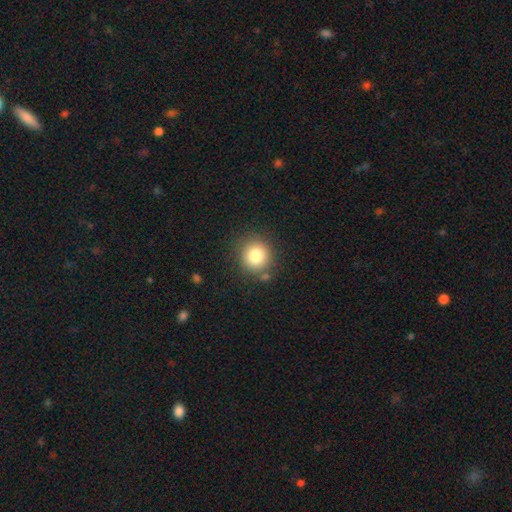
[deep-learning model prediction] Smooth or featured? Predicted: smooth (p=0.81). How rounded? Predicted: round (p=0.89). Merging? Predicted: none (p=0.81).